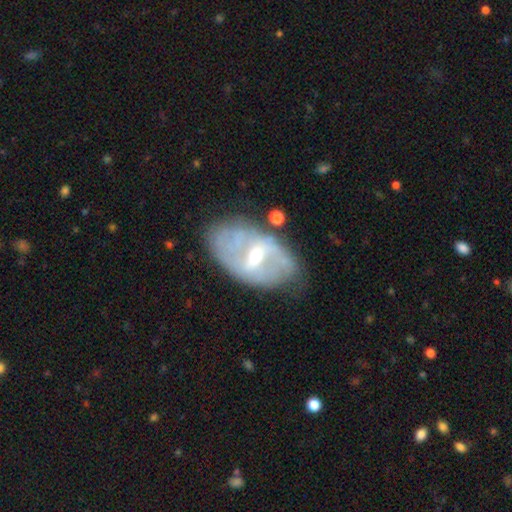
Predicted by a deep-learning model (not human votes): Smooth or featured: featured or disk — 75% (smooth — 18%)
Edge-on disk: no — 94% (yes — 6%)
Bar: weak — 48% (strong — 39%)
Spiral arms: yes — 70% (no — 30%)
Bulge size: moderate — 59% (small — 34%)
Merging: none — 66% (minor disturbance — 23%)